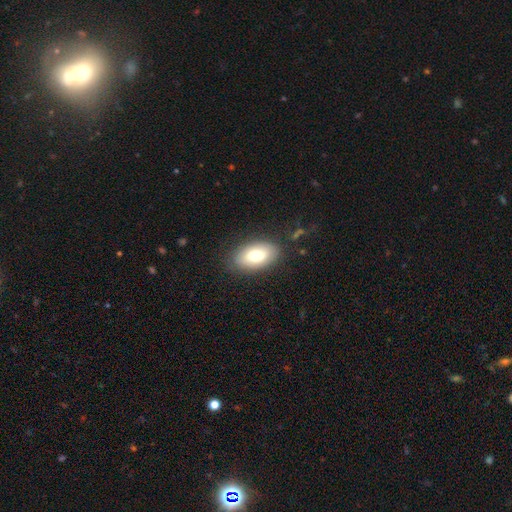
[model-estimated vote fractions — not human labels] This is likely a smooth galaxy (72%). How rounded: clearly in between (92%). Merging: clearly none (84%).